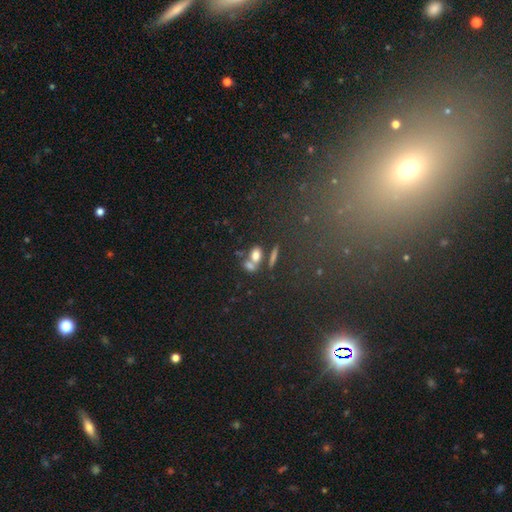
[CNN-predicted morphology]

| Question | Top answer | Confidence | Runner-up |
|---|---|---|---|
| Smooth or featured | smooth | 67% | featured or disk (19%) |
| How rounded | in between | 74% | round (18%) |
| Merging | merger | 48% | none (38%) |